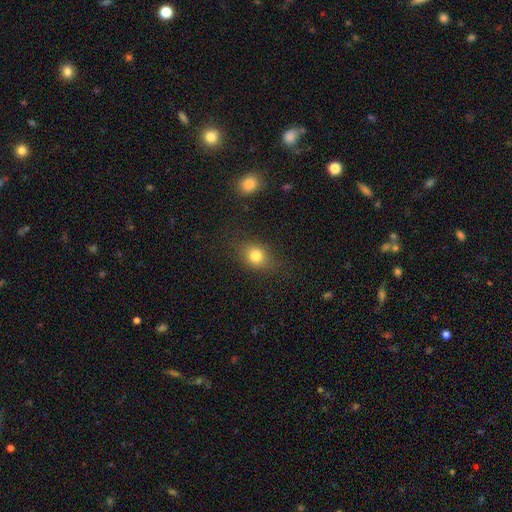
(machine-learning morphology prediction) This is likely a smooth galaxy (79%). How rounded: possibly round (51%). Merging: likely none (78%).